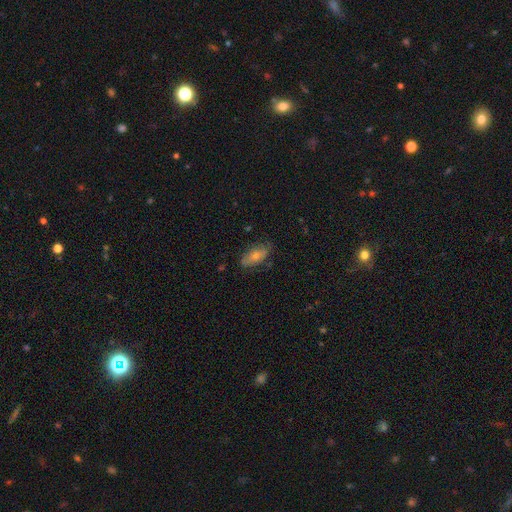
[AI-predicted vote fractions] This is possibly a smooth galaxy (47%). Merging: likely none (77%).